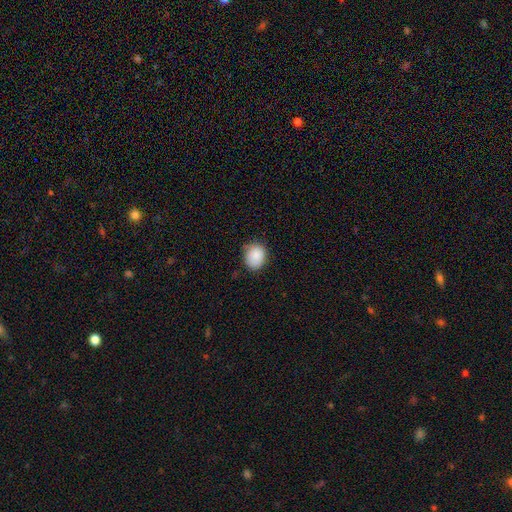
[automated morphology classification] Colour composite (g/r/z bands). It shows a smooth galaxy with no disk features (86%) that is round (53%). Merging: none (73%).